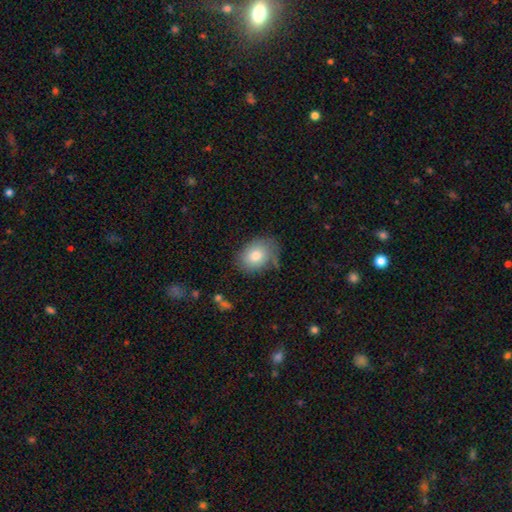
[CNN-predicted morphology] This is likely a smooth galaxy (78%). How rounded: likely in between (61%). Merging: likely none (63%).